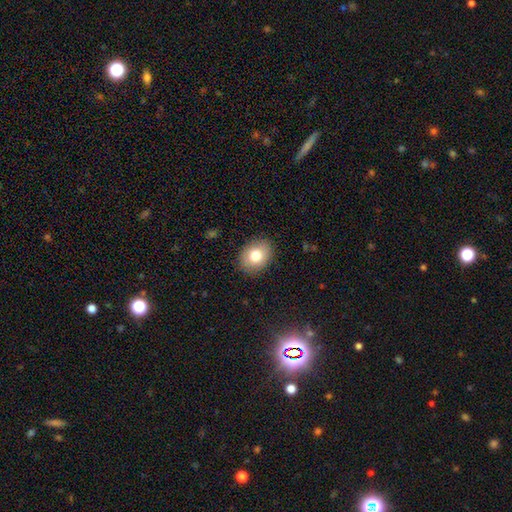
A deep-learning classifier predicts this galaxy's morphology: Smooth or featured? Predicted: smooth (p=0.80). How rounded? Predicted: in between (p=0.61). Merging? Predicted: none (p=0.88).